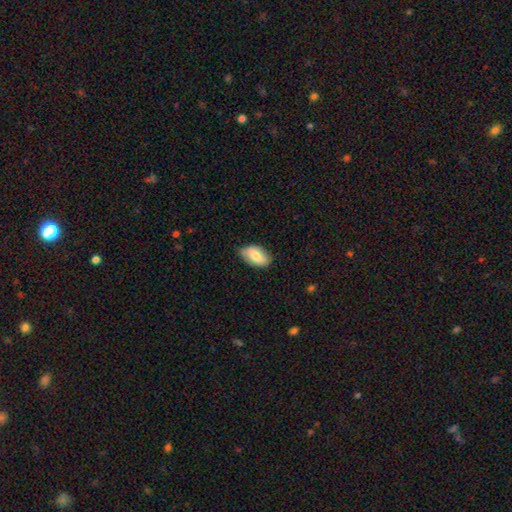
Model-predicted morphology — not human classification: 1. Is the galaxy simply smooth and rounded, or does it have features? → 73% smooth, 21% featured or disk, 6% star or artifact.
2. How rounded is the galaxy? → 93% in between, 5% round, 2% cigar-shaped.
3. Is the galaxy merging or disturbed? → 79% none, 17% minor disturbance, 3% major disturbance, 1% merger.